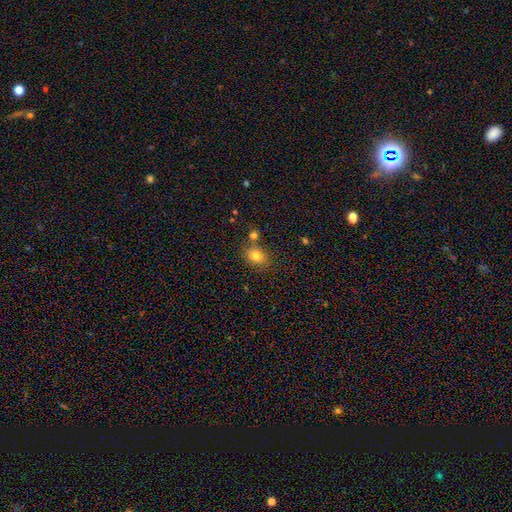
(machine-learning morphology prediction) The model was most divided on "how rounded": in between: 57%, round: 42%, cigar-shaped: 1%. More confident: smooth or featured — smooth (79%); merging — none (66%).